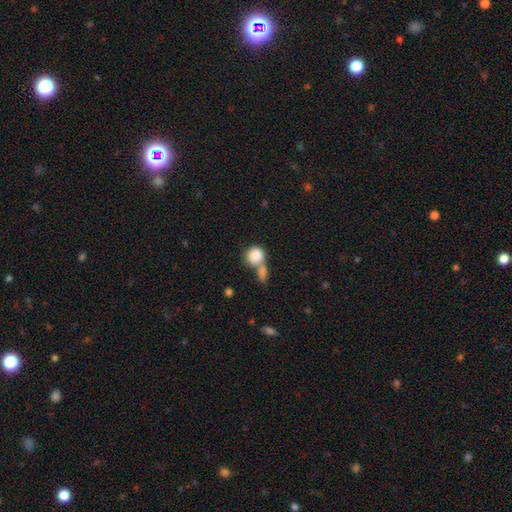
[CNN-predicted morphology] type=smooth (85%); roundness=round (80%); merging=merger (54%).